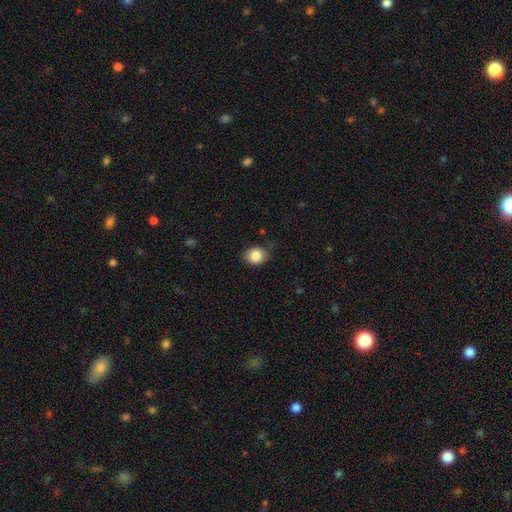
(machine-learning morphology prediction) type=smooth (85%); roundness=round (57%); merging=none (78%).